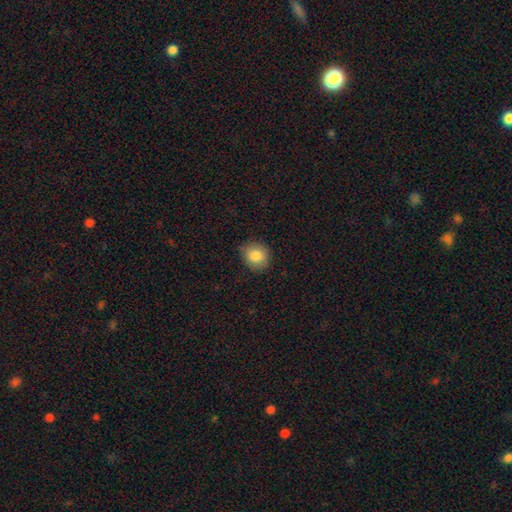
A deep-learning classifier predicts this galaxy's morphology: smooth_or_featured: smooth (p=0.84) [alt: star or artifact p=0.09]
how_rounded: round (p=0.80) [alt: in between p=0.19]
merging: none (p=0.80) [alt: minor disturbance p=0.16]